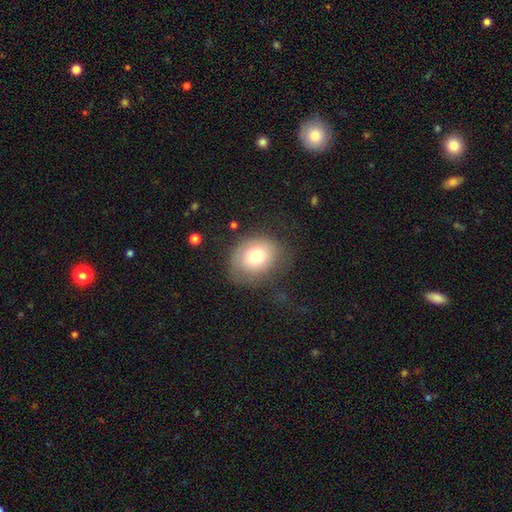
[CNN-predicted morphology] type=smooth (75%); roundness=round (56%); merging=none (65%).